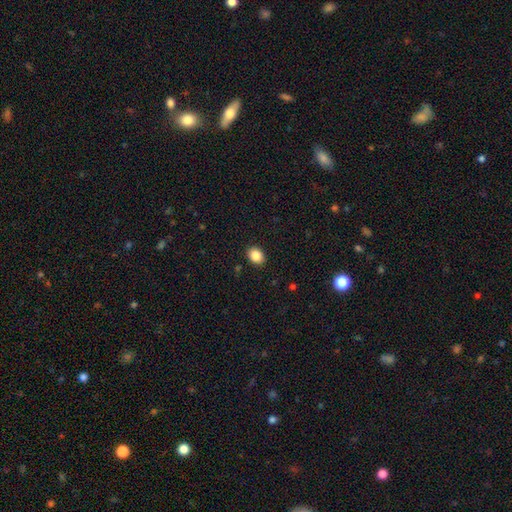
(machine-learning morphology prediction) Q: Smooth or featured?
A: smooth (86%); runner-up: star or artifact (9%)
Q: How rounded?
A: in between (59%); runner-up: round (40%)
Q: Merging?
A: none (90%); runner-up: minor disturbance (7%)